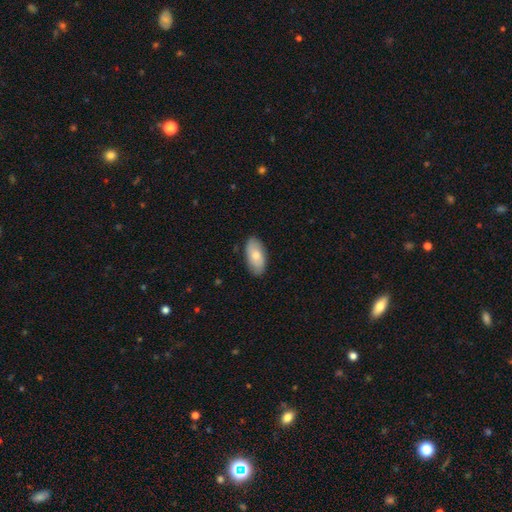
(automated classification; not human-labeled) Morphology: type=smooth (71%); roundness=in between (94%); merging=none (84%).